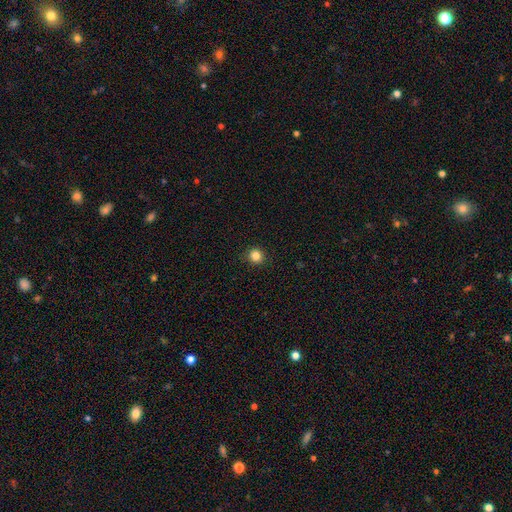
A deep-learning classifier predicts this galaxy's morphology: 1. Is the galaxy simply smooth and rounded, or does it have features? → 83% smooth, 12% star or artifact, 5% featured or disk.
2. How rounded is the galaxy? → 91% round, 8% in between, 1% cigar-shaped.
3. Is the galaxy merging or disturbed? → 91% none, 6% minor disturbance, 2% major disturbance, 1% merger.